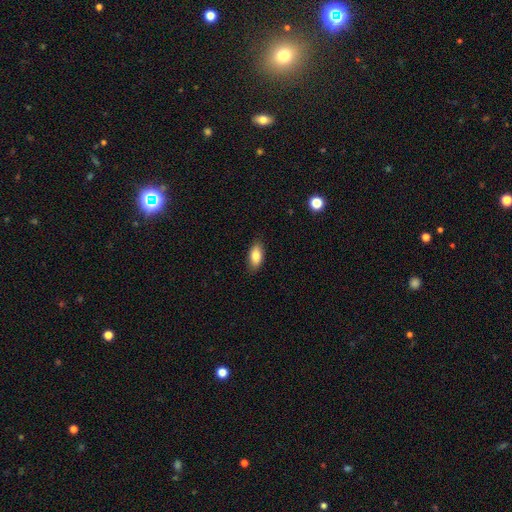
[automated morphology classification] This is clearly a smooth galaxy (83%). How rounded: clearly in between (90%). Merging: clearly none (86%).